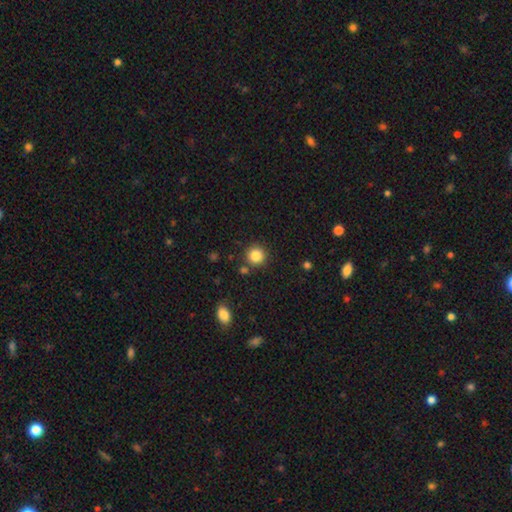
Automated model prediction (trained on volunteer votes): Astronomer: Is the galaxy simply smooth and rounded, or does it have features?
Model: smooth — 85%.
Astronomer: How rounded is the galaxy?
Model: round — 94%.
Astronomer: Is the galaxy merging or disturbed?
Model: none — 85%.